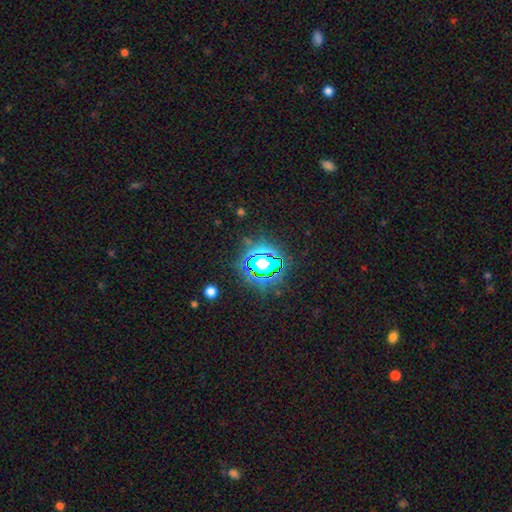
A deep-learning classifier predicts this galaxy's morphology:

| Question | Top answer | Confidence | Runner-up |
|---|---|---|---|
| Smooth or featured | star or artifact | 84% | smooth (10%) |